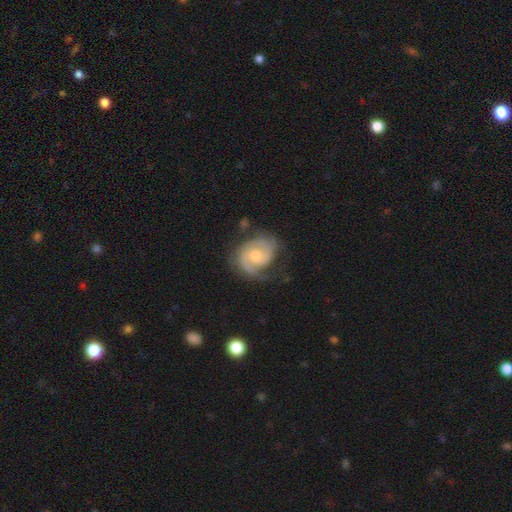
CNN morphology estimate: The model was most divided on "spiral winding": medium: 44%, tight: 41%, loose: 16%. More confident: edge-on disk — no (98%); spiral arms — yes (95%); smooth or featured — featured or disk (81%); spiral arm count — 2 (72%); merging — none (61%); bulge size — moderate (58%); bar — no (57%).